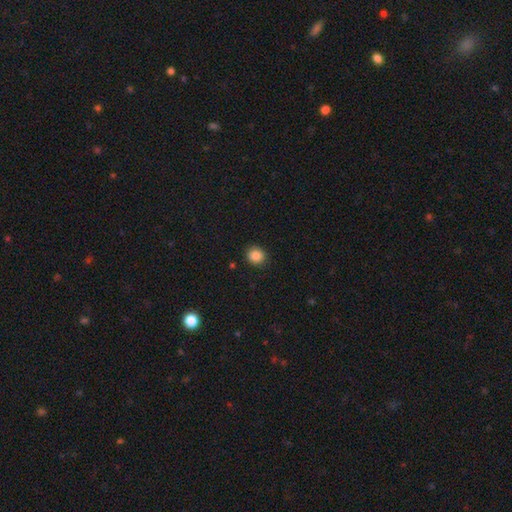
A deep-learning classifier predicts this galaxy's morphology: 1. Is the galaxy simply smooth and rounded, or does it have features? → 86% smooth, 10% star or artifact, 4% featured or disk.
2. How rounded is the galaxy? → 84% round, 15% in between, 1% cigar-shaped.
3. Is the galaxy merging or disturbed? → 90% none, 7% minor disturbance, 2% major disturbance, 1% merger.